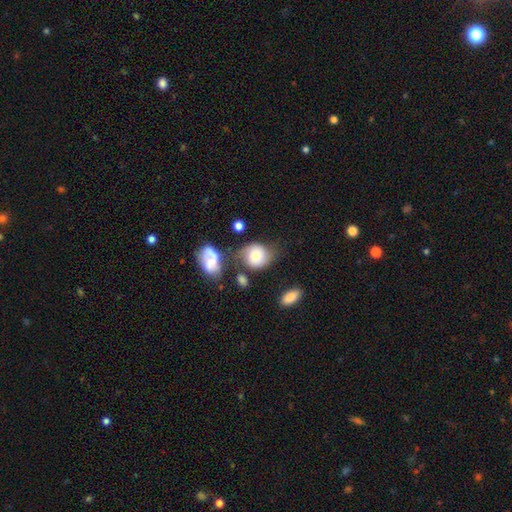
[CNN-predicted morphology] A smooth galaxy with no disk features (65%) that is round (67%). Merging: none (49%).